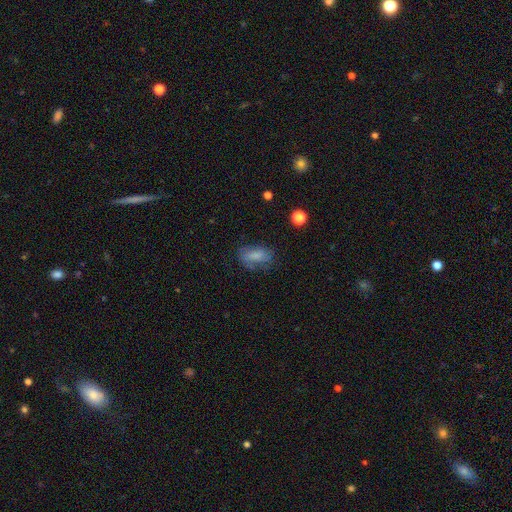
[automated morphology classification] This is likely a smooth galaxy (71%). How rounded: clearly in between (85%). Merging: likely none (60%).